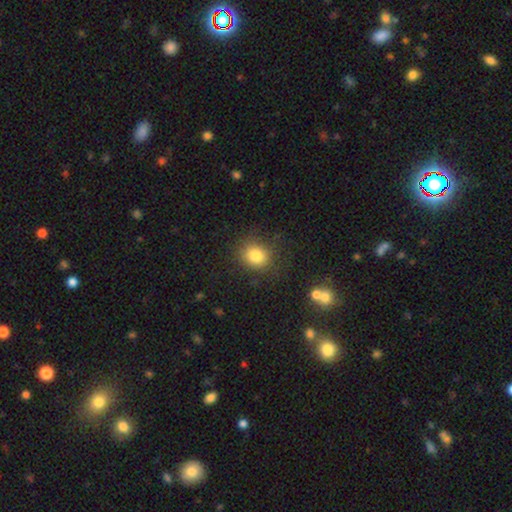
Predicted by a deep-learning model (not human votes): smooth 81%, star or artifact 11%, featured or disk 8%. Down the decision tree: how rounded — round (72%); merging — none (80%).